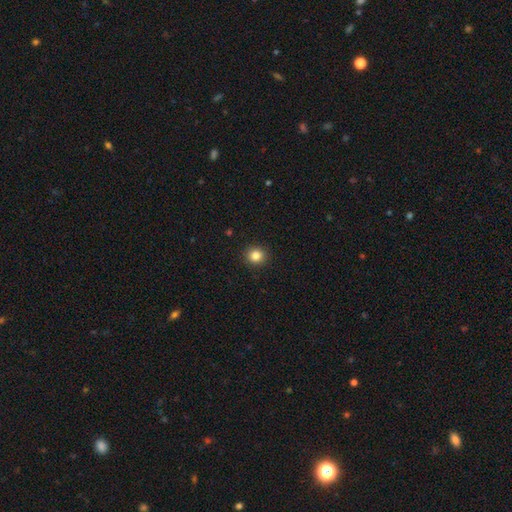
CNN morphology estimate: smooth 84%, star or artifact 11%, featured or disk 5%. Down the decision tree: how rounded — round (89%); merging — none (92%).